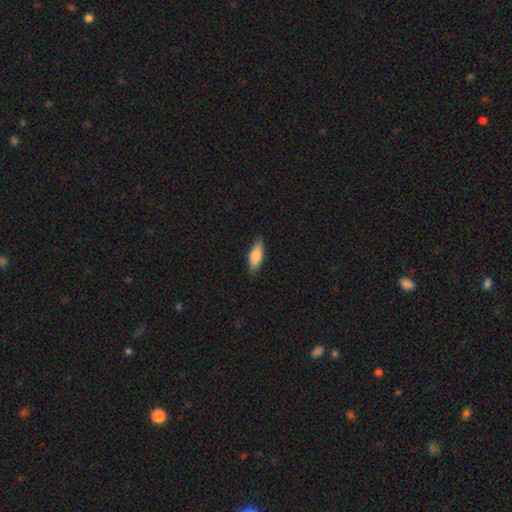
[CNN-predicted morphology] Overall: smooth (85%). How rounded: in between (76%). Merging: none (82%).